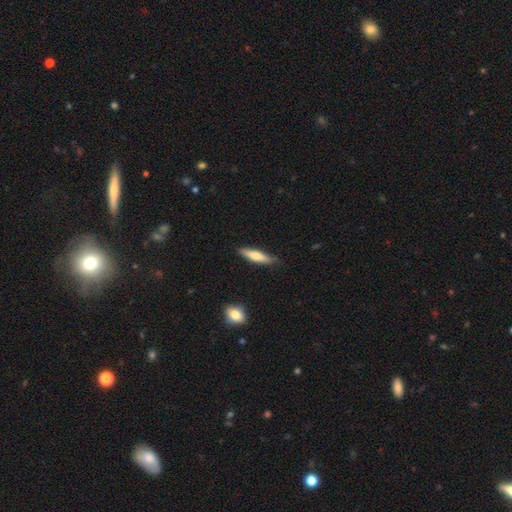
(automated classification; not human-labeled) Smooth or featured? Predicted: smooth (p=0.63). How rounded? Predicted: cigar-shaped (p=0.80). Merging? Predicted: none (p=0.85).